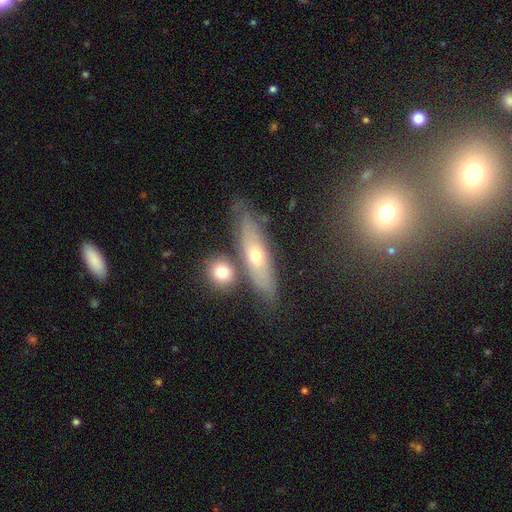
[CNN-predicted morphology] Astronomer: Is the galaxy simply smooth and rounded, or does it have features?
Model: smooth — 49% (runner-up: featured or disk, 43%).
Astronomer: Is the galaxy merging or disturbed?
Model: none — 66%.